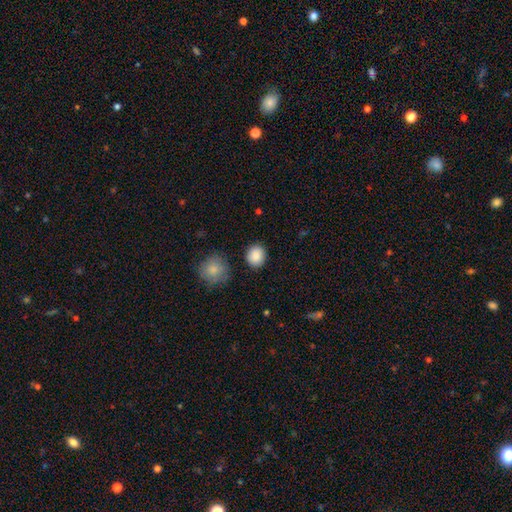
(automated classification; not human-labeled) Smooth or featured? Predicted: smooth (p=0.88). How rounded? Predicted: round (p=0.70). Merging? Predicted: none (p=0.87).